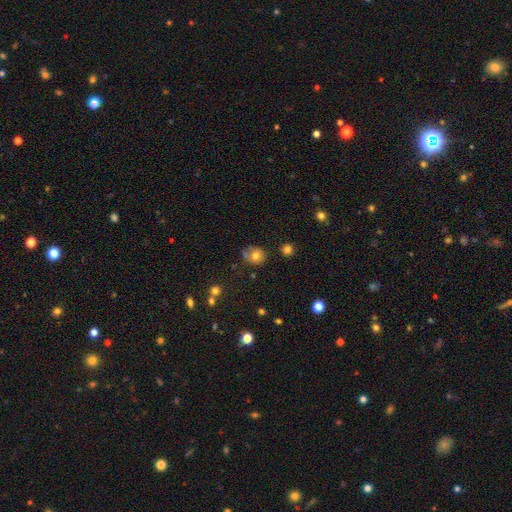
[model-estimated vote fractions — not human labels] smooth_or_featured: smooth (p=0.76) [alt: star or artifact p=0.13]
how_rounded: round (p=0.83) [alt: in between p=0.16]
merging: none (p=0.65) [alt: minor disturbance p=0.19]